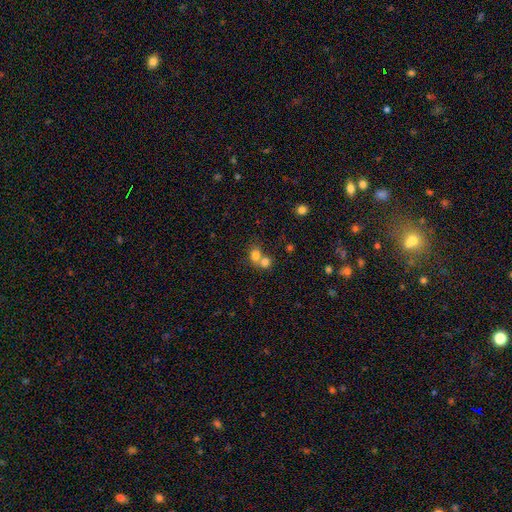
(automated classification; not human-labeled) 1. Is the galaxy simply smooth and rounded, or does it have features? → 76% smooth, 12% featured or disk, 12% star or artifact.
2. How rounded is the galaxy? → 65% round, 34% in between, 1% cigar-shaped.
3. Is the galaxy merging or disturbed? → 62% merger, 30% none, 5% minor disturbance, 3% major disturbance.